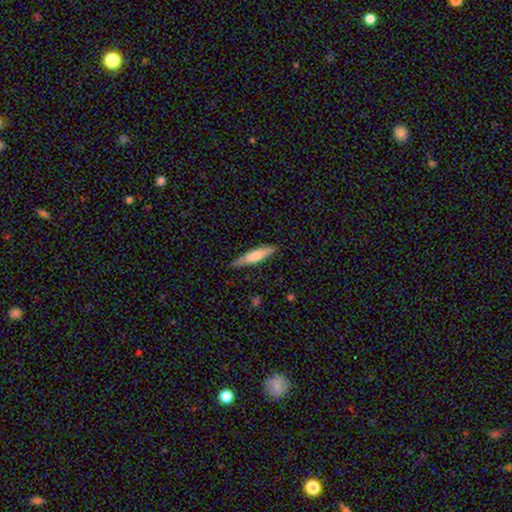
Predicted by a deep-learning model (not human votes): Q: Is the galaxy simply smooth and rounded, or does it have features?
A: smooth — 67%.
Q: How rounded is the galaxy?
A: cigar-shaped — 79%.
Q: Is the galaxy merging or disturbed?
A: none — 77%.